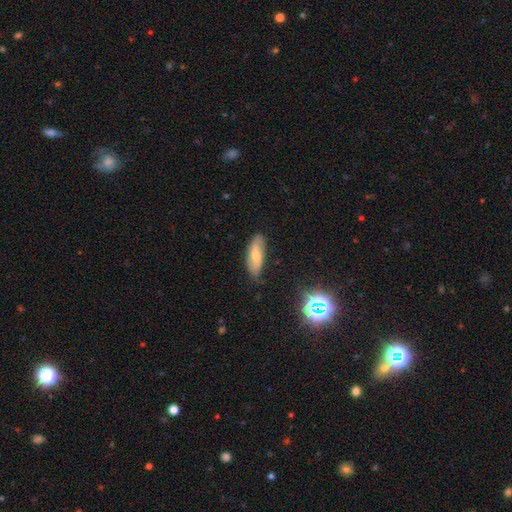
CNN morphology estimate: type=smooth (66%); roundness=in between (66%); merging=none (75%).